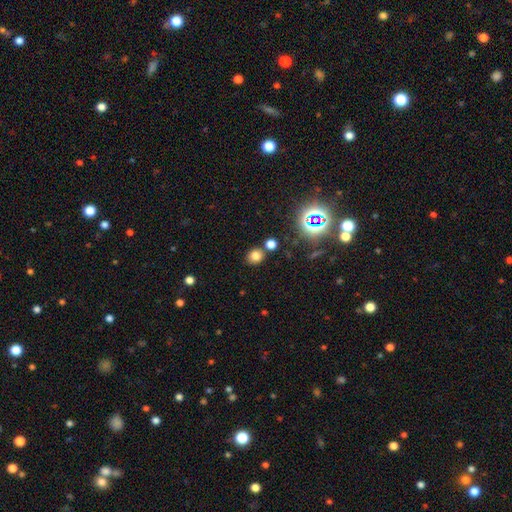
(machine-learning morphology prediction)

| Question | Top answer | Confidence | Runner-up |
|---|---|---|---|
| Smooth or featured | smooth | 74% | star or artifact (19%) |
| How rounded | round | 70% | in between (29%) |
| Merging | none | 75% | merger (12%) |